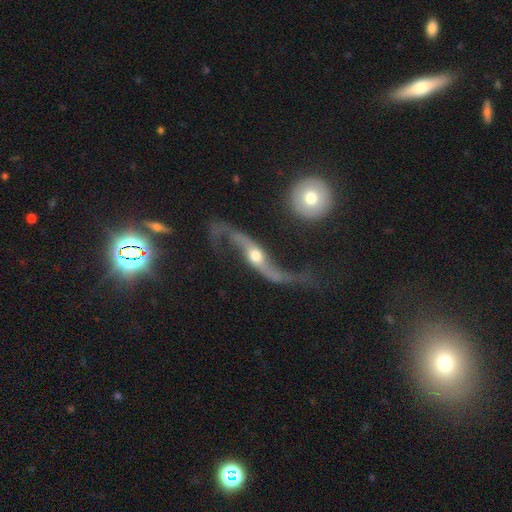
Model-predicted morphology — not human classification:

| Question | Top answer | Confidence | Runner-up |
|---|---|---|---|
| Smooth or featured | featured or disk | 87% | smooth (8%) |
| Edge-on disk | no | 83% | yes (17%) |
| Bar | no | 51% | weak (27%) |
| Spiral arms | yes | 94% | no (6%) |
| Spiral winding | loose | 94% | medium (4%) |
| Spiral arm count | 2 | 93% | 1 (3%) |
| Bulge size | moderate | 64% | small (23%) |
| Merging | none | 56% | major disturbance (20%) |